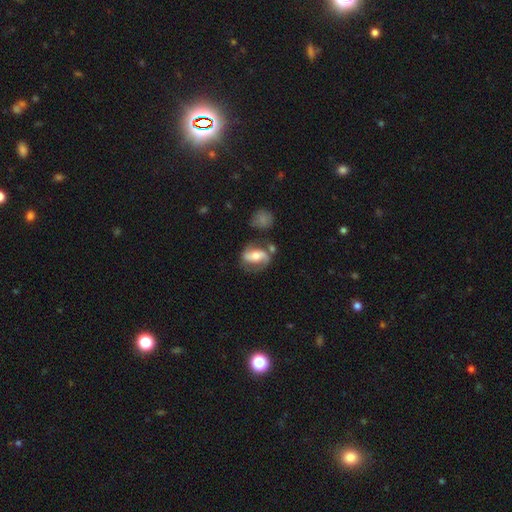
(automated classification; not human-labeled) A featured or disk galaxy (68%) with a strong bar (39%), 2 (83%) medium (43%) spiral arms (83%) and a moderate central bulge (65%). Merging: none (58%).